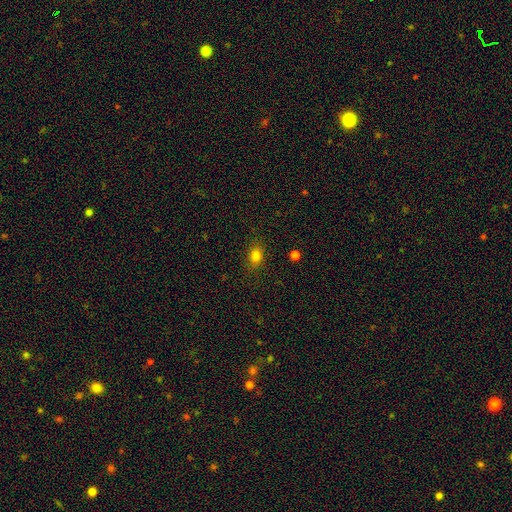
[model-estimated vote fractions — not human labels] Q: Smooth or featured?
A: smooth (82%); runner-up: star or artifact (13%)
Q: How rounded?
A: in between (69%); runner-up: round (29%)
Q: Merging?
A: none (85%); runner-up: minor disturbance (11%)